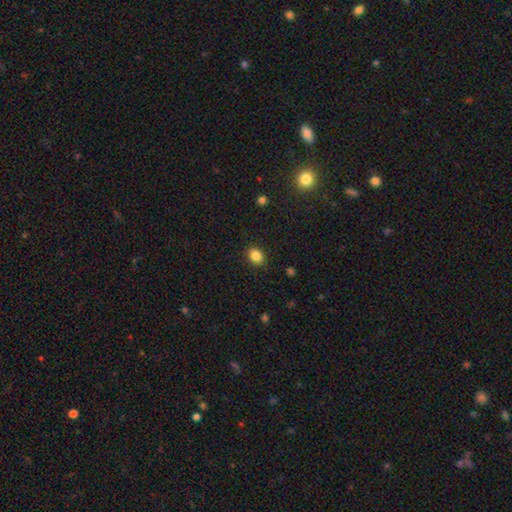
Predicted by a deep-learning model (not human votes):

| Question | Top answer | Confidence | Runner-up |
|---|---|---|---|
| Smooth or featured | smooth | 85% | star or artifact (10%) |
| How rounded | in between | 56% | round (43%) |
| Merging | none | 89% | minor disturbance (8%) |